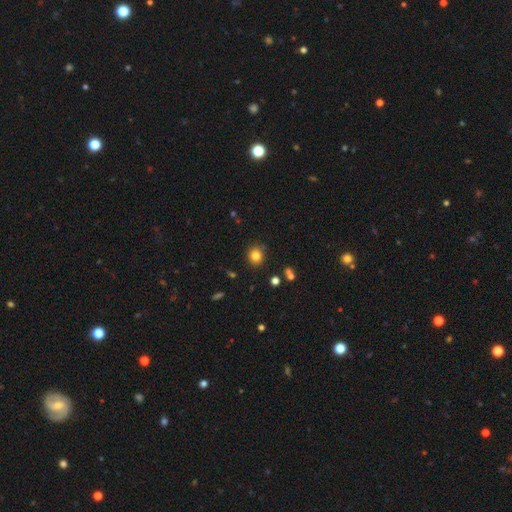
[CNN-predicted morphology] Smooth or featured? smooth (81%)
How rounded? round (85%)
Merging? none (87%)